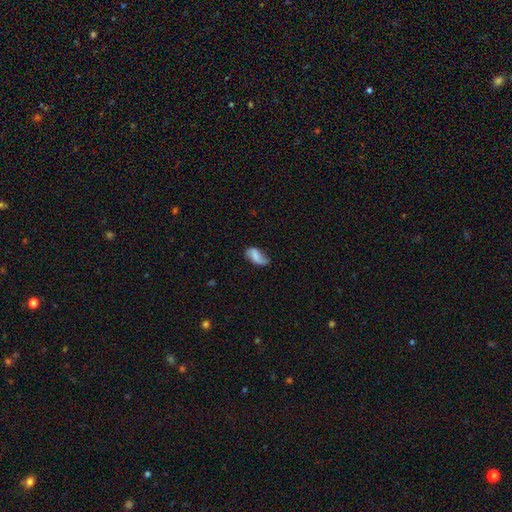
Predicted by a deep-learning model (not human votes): The model was most divided on "smooth or featured": smooth: 52%, featured or disk: 39%, star or artifact: 9%. Remaining: how rounded — in between (90%); merging — none (50%).